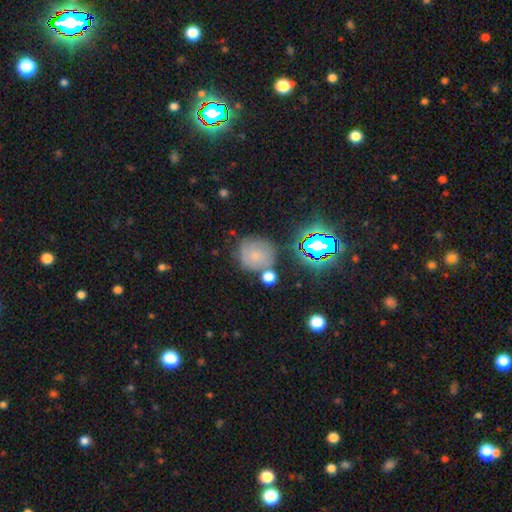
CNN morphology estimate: Overall: smooth (55%; star or artifact 24%). How rounded: round (85%). Merging: none (66%).